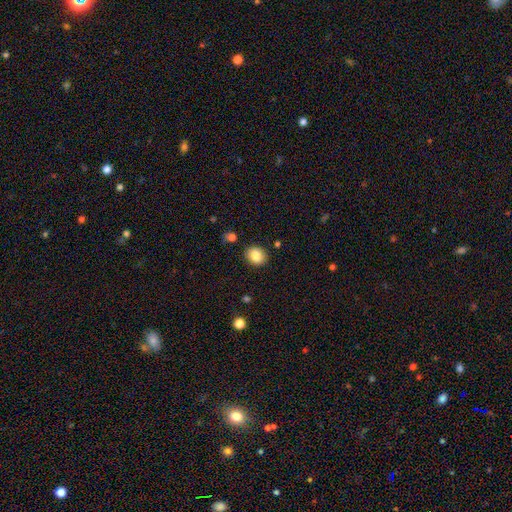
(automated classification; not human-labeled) A smooth galaxy with no disk features (85%) that is round (64%). Merging: none (87%).